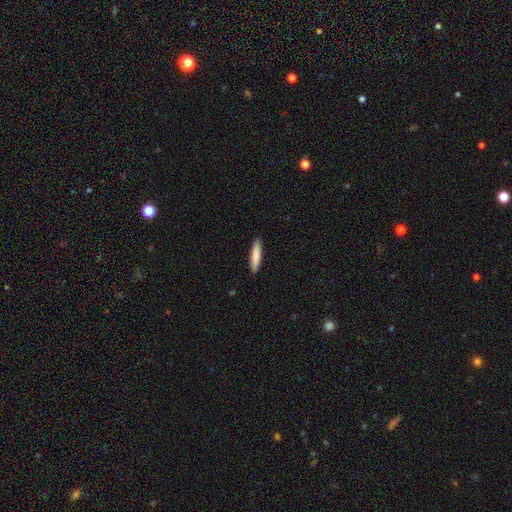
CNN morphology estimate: The model was most divided on "smooth or featured": smooth: 84%, featured or disk: 11%, star or artifact: 5%. More confident: merging — none (91%); how rounded — cigar-shaped (88%).